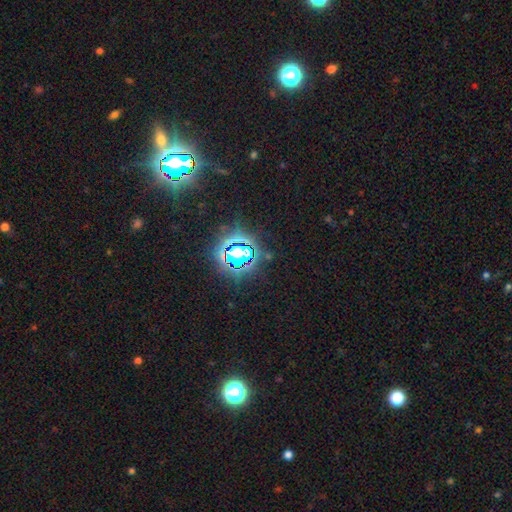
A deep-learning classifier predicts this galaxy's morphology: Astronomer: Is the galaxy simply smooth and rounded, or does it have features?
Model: star or artifact — 81%.